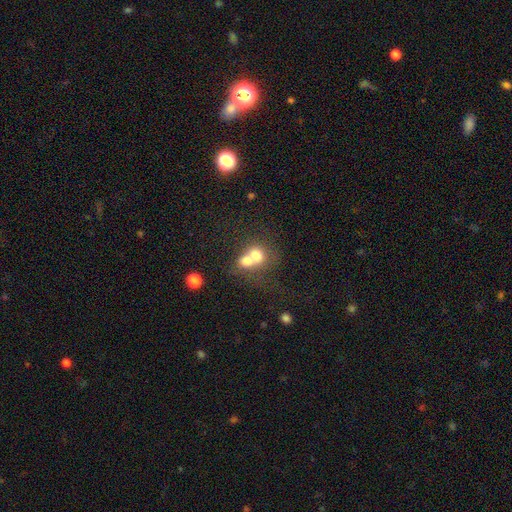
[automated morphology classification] A smooth galaxy with no disk features (68%) that is round (65%).

Vote fractions:
- Smooth or featured? smooth: 68% / featured or disk: 22% / star or artifact: 11%
- How rounded? round: 65% / in between: 33% / cigar-shaped: 1%
- Merging? merger: 71% / none: 20% / minor disturbance: 5% / major disturbance: 4%